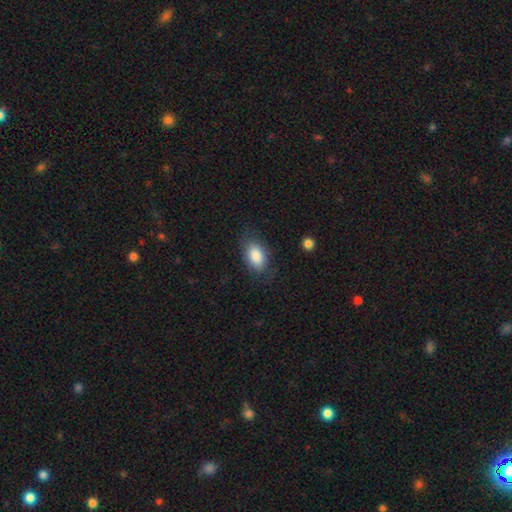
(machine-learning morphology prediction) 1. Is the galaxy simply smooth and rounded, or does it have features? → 84% smooth, 9% featured or disk, 7% star or artifact.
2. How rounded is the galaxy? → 91% in between, 7% round, 2% cigar-shaped.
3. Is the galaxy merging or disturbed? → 74% none, 18% minor disturbance, 7% major disturbance, 1% merger.